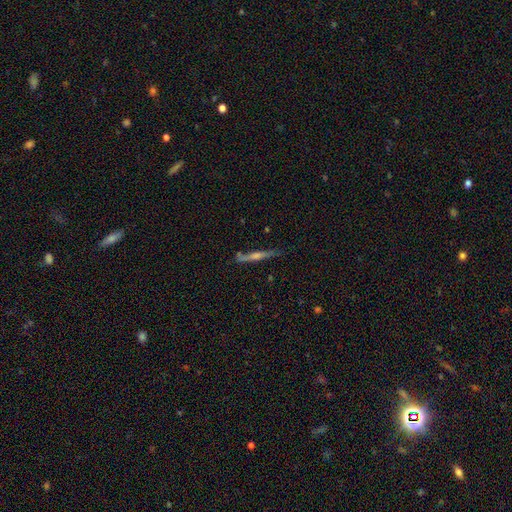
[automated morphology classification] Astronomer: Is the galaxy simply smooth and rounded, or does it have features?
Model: featured or disk — 69%.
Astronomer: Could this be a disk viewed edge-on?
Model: yes — 96%.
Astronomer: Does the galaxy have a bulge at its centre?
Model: rounded — 72%.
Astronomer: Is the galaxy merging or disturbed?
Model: none — 78%.